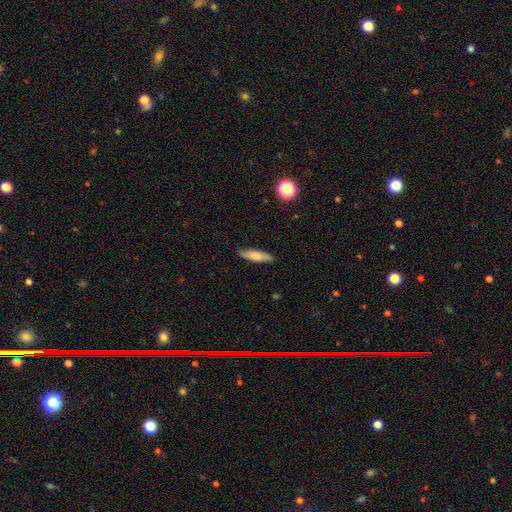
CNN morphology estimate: Q: Smooth or featured?
A: smooth (72%); runner-up: featured or disk (22%)
Q: How rounded?
A: cigar-shaped (65%); runner-up: in between (33%)
Q: Merging?
A: none (85%); runner-up: minor disturbance (12%)